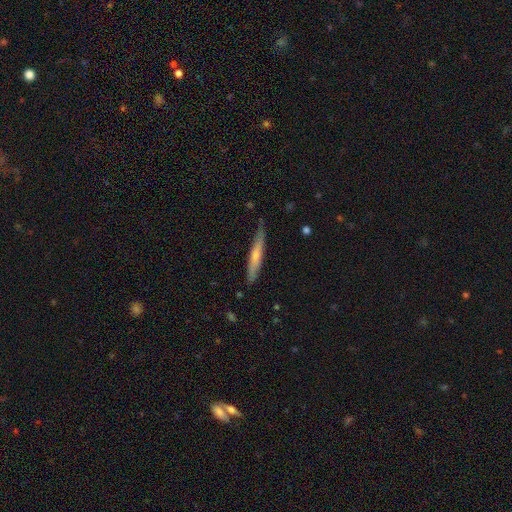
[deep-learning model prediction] This is possibly a smooth galaxy (55%). How rounded: clearly cigar-shaped (93%). Merging: likely none (77%).